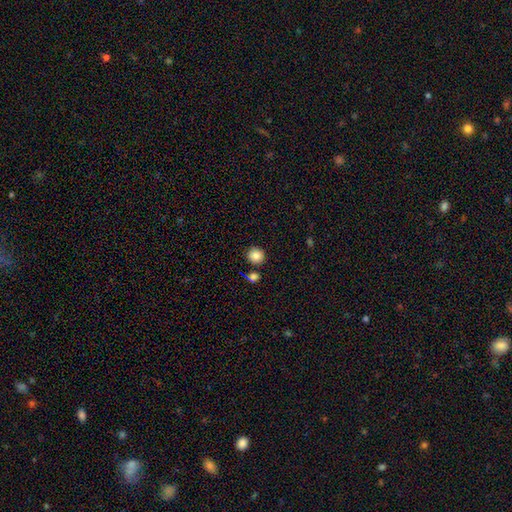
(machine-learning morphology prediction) This appears to be a smooth galaxy with no disk features (86%) that is round (92%). Merging: none (84%).